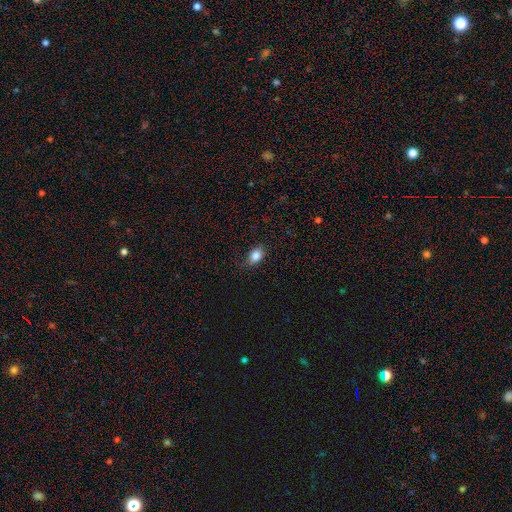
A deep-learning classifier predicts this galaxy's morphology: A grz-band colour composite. It shows a smooth galaxy with no disk features (85%) that is in between round and cigar-shaped (70%). Merging: none (79%).